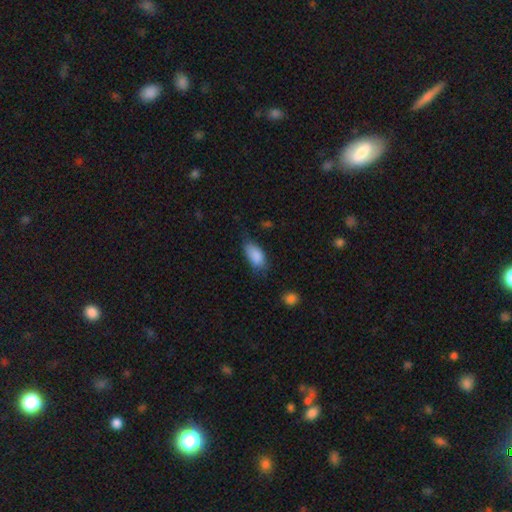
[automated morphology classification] Smooth or featured? smooth (86%)
How rounded? in between (90%)
Merging? none (52%)